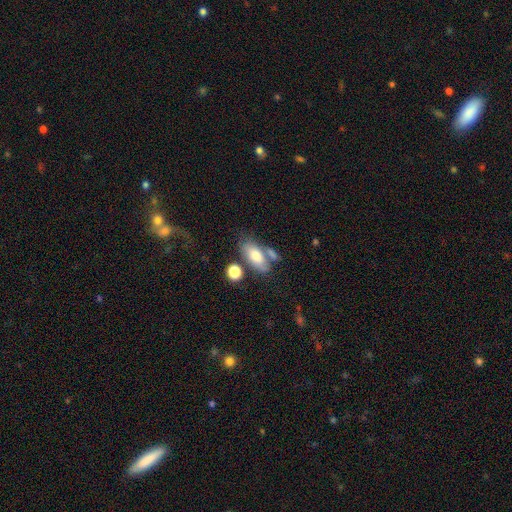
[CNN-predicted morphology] Smooth or featured? Predicted: smooth (p=0.70). How rounded? Predicted: in between (p=0.86). Merging? Predicted: none (p=0.48).